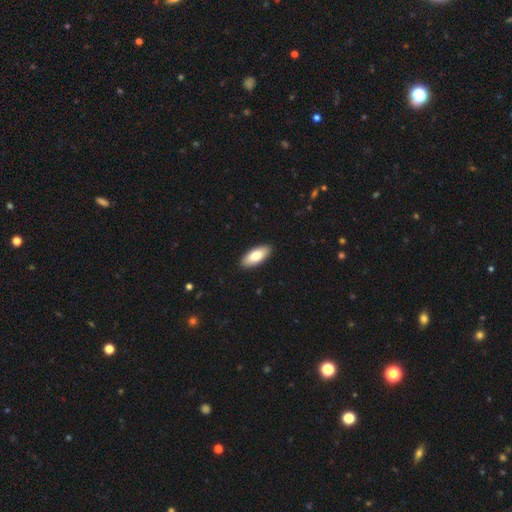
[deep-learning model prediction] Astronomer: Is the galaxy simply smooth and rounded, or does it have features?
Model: smooth — 82%.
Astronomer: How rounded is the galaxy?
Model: in between — 84%.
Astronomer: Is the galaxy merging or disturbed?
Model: none — 90%.